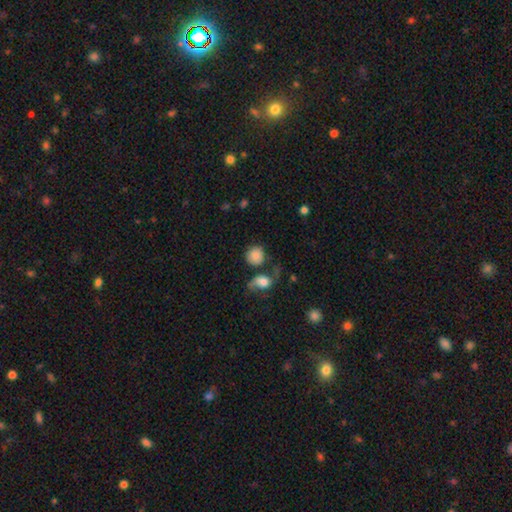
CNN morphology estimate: smooth-or-featured: smooth: 80% | featured or disk: 12% | star or artifact: 9%
  how-rounded: round: 86% | in between: 13% | cigar-shaped: 1%
  merging: none: 54% | merger: 21% | minor disturbance: 14% | major disturbance: 10%